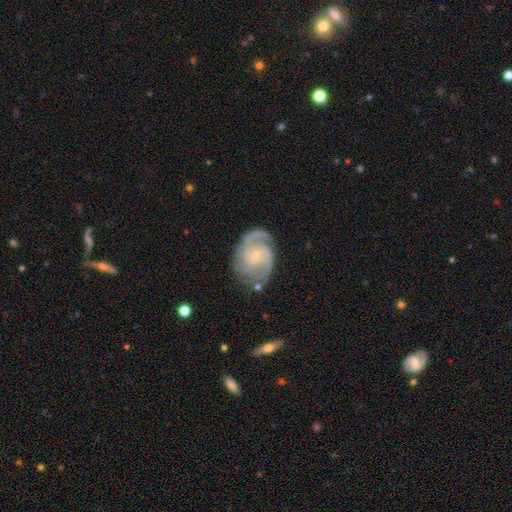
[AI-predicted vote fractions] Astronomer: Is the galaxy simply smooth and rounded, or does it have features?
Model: featured or disk — 89%.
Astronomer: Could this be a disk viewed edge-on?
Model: no — 98%.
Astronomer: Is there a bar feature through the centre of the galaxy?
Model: no — 56% (runner-up: weak, 37%).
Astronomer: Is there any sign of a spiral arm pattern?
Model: yes — 97%.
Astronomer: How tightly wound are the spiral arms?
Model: tight — 52% (runner-up: medium, 40%).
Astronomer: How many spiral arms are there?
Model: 2 — 46% (runner-up: 3, 24%).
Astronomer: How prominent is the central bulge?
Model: small — 73%.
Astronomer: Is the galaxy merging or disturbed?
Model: none — 68%.